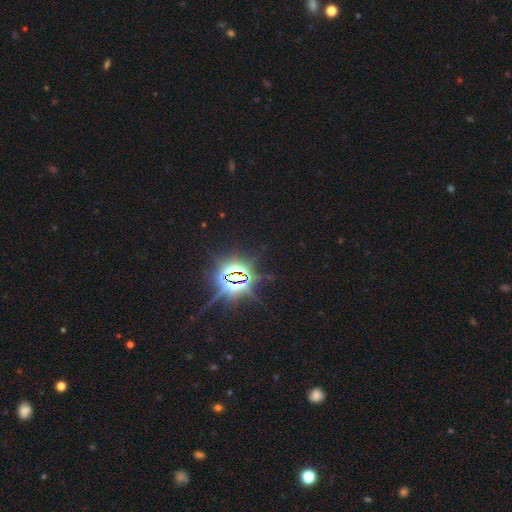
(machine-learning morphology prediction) Smooth or featured? Predicted: star or artifact (p=0.86).